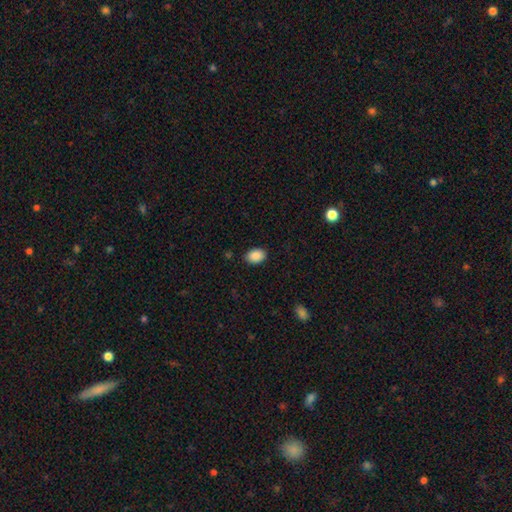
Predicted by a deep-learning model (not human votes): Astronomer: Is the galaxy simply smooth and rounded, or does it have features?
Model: smooth — 89%.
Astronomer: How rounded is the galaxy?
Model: in between — 82%.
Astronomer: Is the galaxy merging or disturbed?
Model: none — 87%.